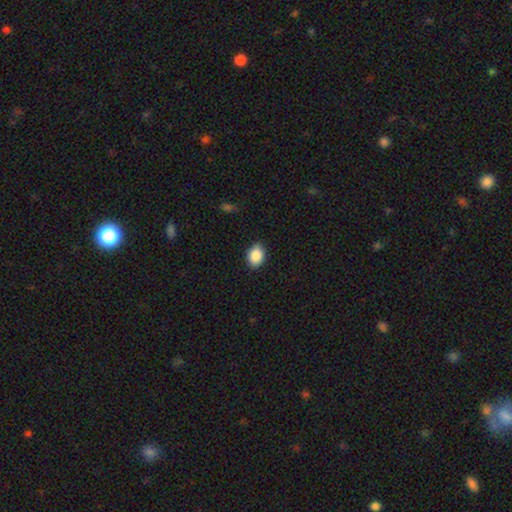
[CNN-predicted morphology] Smooth or featured?
  - smooth: 89% *
  - star or artifact: 8%
  - featured or disk: 4%
How rounded?
  - in between: 72% *
  - round: 27%
  - cigar-shaped: 1%
Merging?
  - none: 87% *
  - minor disturbance: 10%
  - major disturbance: 2%
  - merger: 1%